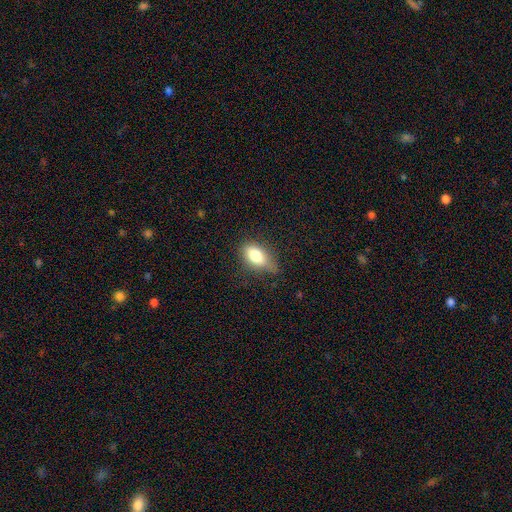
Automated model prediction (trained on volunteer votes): This appears to be a smooth galaxy with no disk features (79%) that is in between round and cigar-shaped (87%). Merging: none (56%).